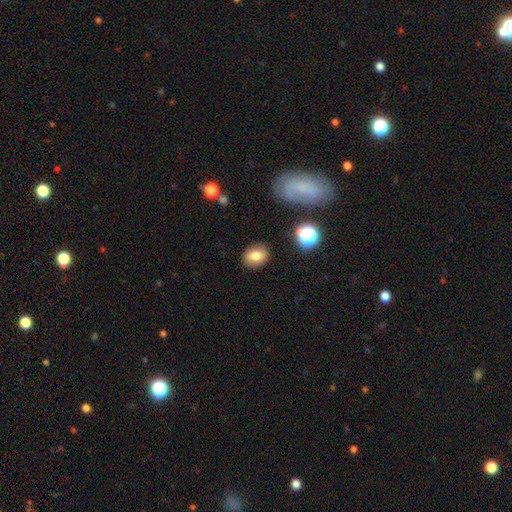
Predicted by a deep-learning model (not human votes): The model was most divided on "how rounded": in between: 57%, round: 42%, cigar-shaped: 1%. More confident: merging — none (86%); smooth or featured — smooth (75%).